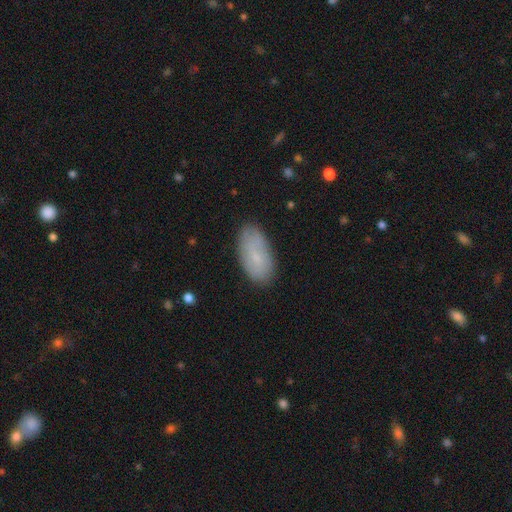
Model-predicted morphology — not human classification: Overall: smooth (68%). How rounded: in between (93%). Merging: none (81%).